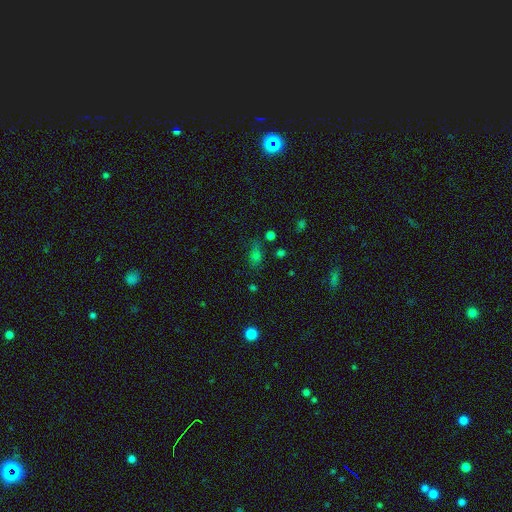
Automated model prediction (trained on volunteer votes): This is possibly a smooth galaxy (54%). How rounded: likely in between (70%). Merging: likely none (65%).